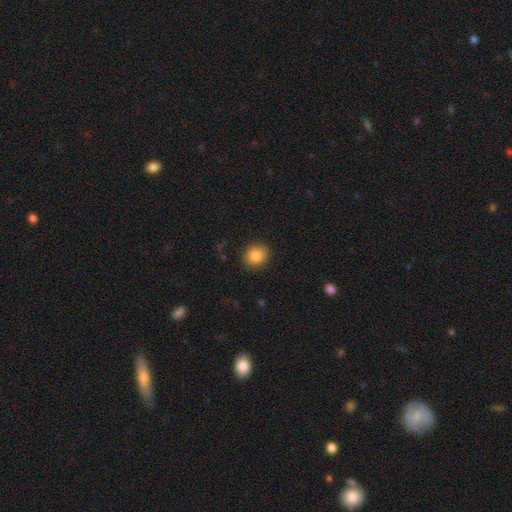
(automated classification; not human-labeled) A smooth galaxy with no disk features (86%) that is round (79%).

Vote fractions:
- Smooth or featured? smooth: 86% / star or artifact: 9% / featured or disk: 4%
- How rounded? round: 79% / in between: 20% / cigar-shaped: 1%
- Merging? none: 89% / minor disturbance: 8% / major disturbance: 3% / merger: 1%